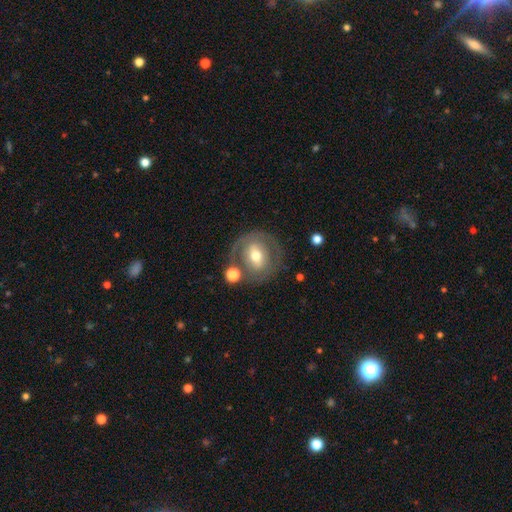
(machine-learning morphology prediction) smooth-or-featured: featured or disk: 56% | smooth: 37% | star or artifact: 7%
  disk-edge-on: no: 94% | yes: 6%
    bar: weak: 36% | no: 34% | strong: 29%
    has-spiral-arms: no: 64% | yes: 36%
    bulge-size: moderate: 70% | small: 19% | large: 9% | dominant: 1% | none: 1%
  merging: none: 67% | minor disturbance: 15% | major disturbance: 10% | merger: 9%